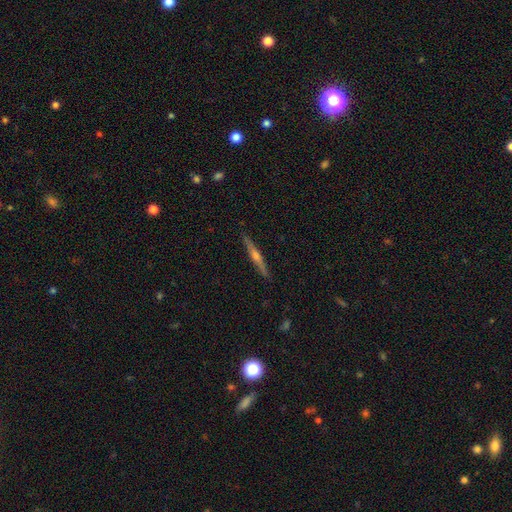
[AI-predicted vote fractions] Morphology: type=featured or disk (70%); edge-on=yes (98%); edge-on bulge=rounded (84%); merging=none (91%).